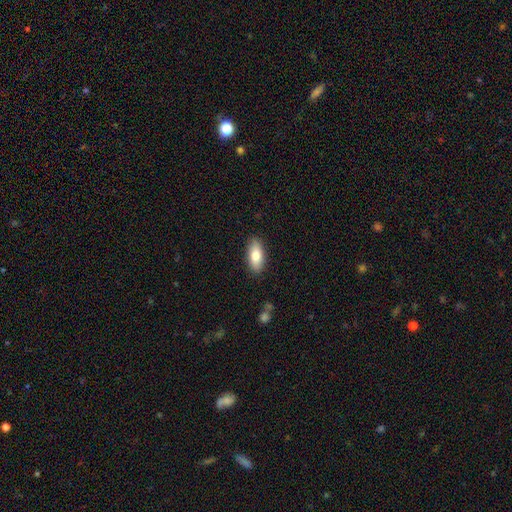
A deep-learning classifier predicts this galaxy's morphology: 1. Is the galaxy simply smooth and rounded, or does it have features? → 79% smooth, 14% featured or disk, 6% star or artifact.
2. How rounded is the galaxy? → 86% in between, 12% cigar-shaped, 3% round.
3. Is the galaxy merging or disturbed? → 88% none, 9% minor disturbance, 2% major disturbance, 1% merger.